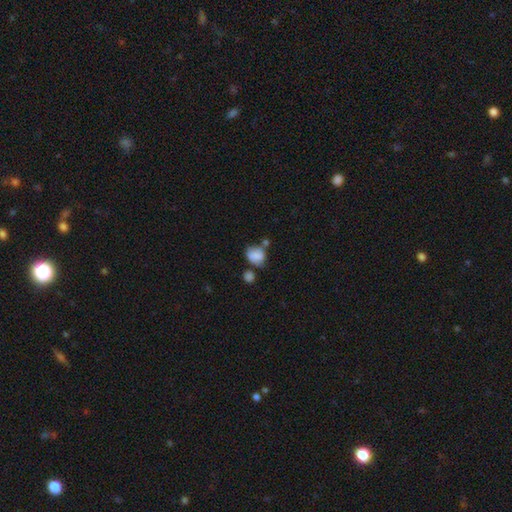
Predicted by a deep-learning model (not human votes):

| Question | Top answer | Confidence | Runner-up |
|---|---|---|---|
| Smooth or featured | smooth | 75% | featured or disk (15%) |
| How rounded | in between | 59% | round (40%) |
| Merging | none | 39% | merger (26%) |